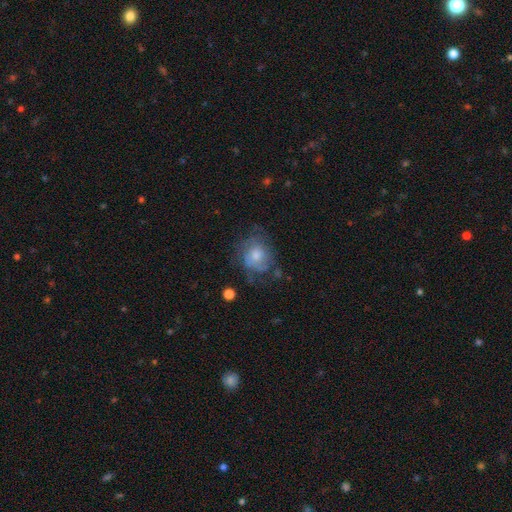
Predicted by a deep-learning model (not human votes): Smooth or featured? smooth (51%)
How rounded? round (72%)
Merging? none (50%)